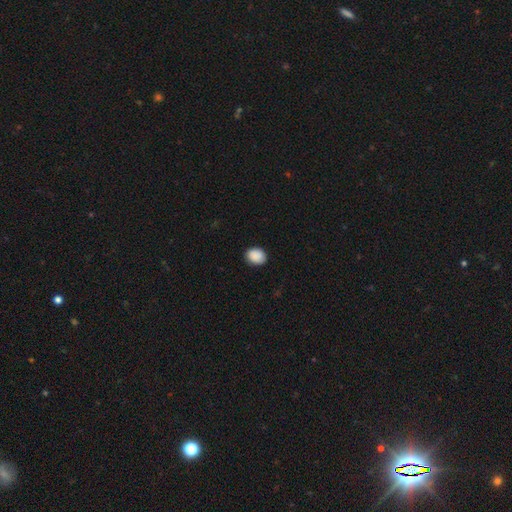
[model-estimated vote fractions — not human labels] Smooth or featured? smooth (90%)
How rounded? in between (58%)
Merging? none (87%)